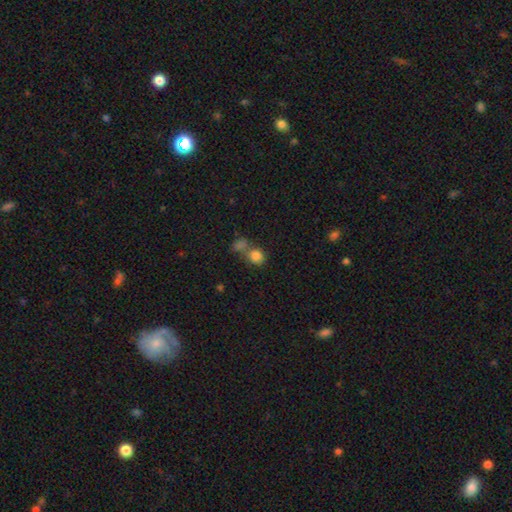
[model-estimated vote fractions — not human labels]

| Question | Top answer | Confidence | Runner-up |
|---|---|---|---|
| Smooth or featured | smooth | 82% | star or artifact (11%) |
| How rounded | round | 76% | in between (23%) |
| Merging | none | 44% | merger (42%) |